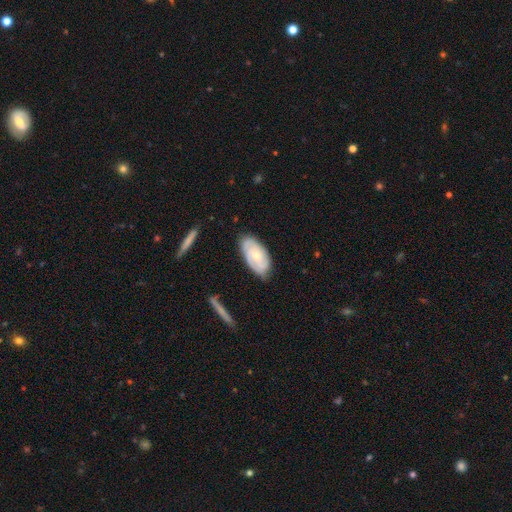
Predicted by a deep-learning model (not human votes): Smooth or featured? Predicted: featured or disk (p=0.60). Edge-on disk? Predicted: no (p=0.93). Bar? Predicted: no (p=0.73). Spiral arms? Predicted: yes (p=0.85). Bulge size? Predicted: small (p=0.61). Merging? Predicted: none (p=0.75).